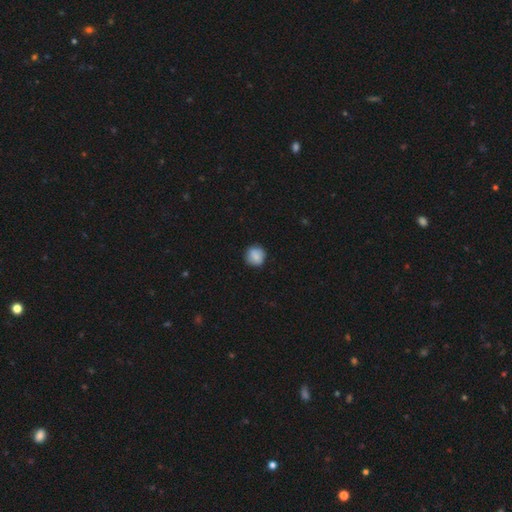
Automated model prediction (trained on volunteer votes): The model was most divided on "smooth or featured": smooth: 84%, star or artifact: 8%, featured or disk: 8%. More confident: how rounded — round (92%); merging — none (88%).